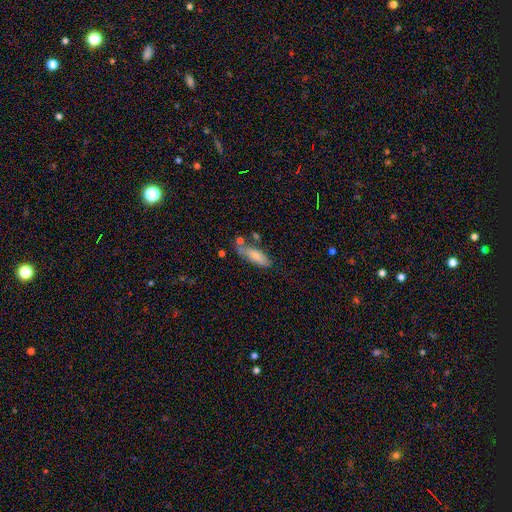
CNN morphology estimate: Overall: smooth (78%). How rounded: in between (57%; cigar-shaped 41%). Merging: none (58%; minor disturbance 22%).